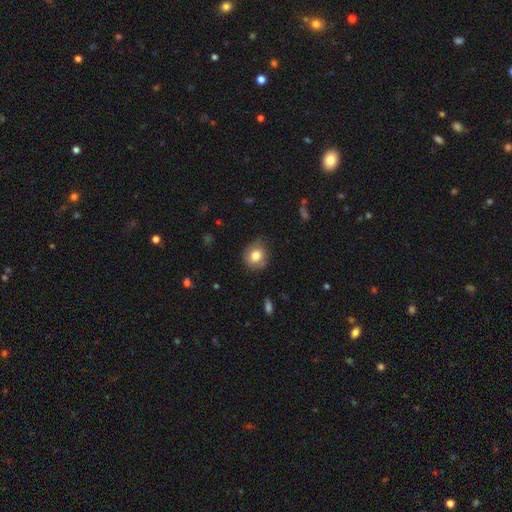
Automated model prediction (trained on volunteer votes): The model was most divided on "how rounded": round: 72%, in between: 27%, cigar-shaped: 1%. More confident: smooth or featured — smooth (79%); merging — none (70%).